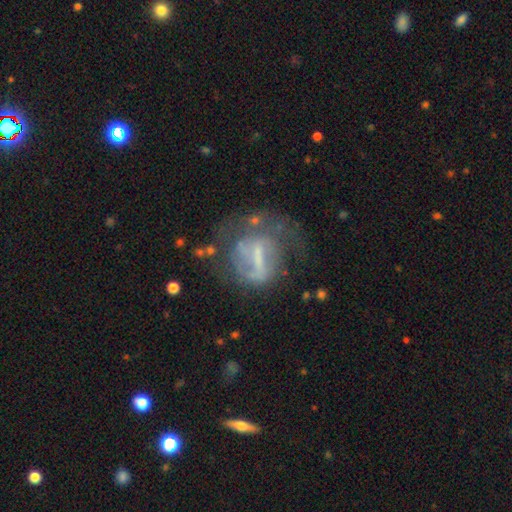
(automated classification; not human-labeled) The model was most divided on "spiral arms" (2-way tie): yes: 50%, no: 50%. Remaining: edge-on disk — no (94%); smooth or featured — featured or disk (65%); merging — none (42%); bar — strong (41%); bulge size — none (38%).